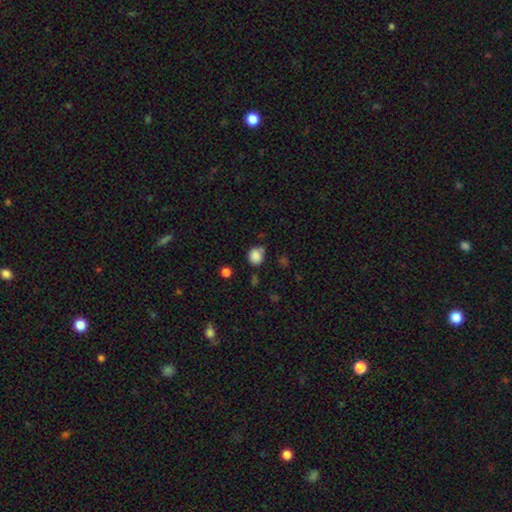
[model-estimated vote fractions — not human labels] Overall: smooth (85%). How rounded: round (72%). Merging: none (65%).